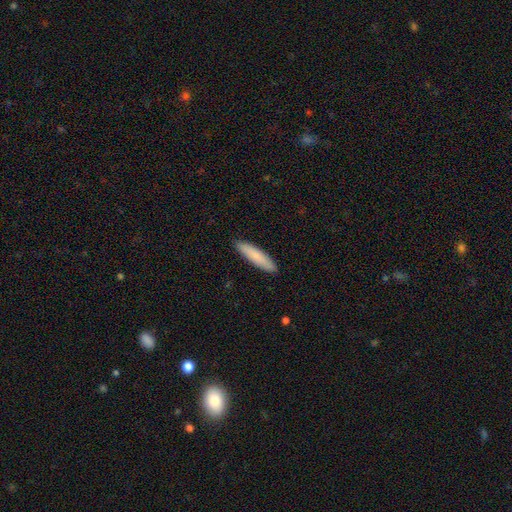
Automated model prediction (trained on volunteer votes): This appears to be a smooth galaxy with no disk features (84%) that is cigar-shaped (84%). Merging: none (91%).